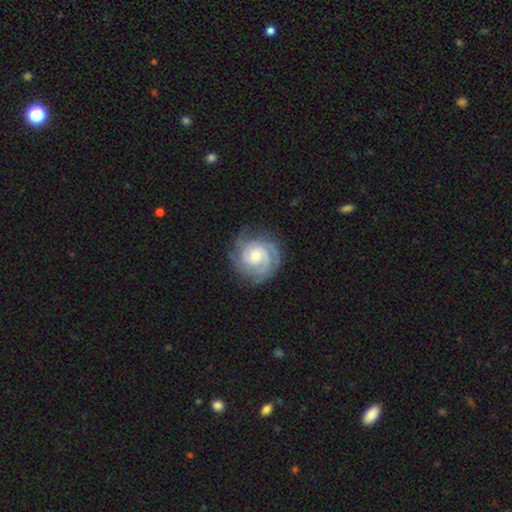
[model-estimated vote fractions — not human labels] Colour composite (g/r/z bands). It shows a featured or disk galaxy (85%) with no bar (71%), 3 (32%) tight (72%) spiral arms (97%) and a small central bulge (50%). Merging: none (78%).